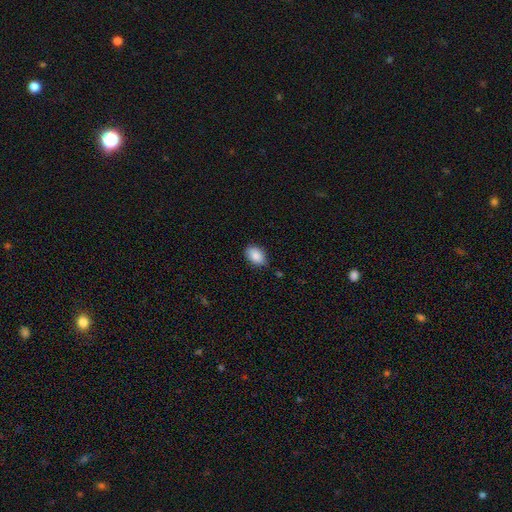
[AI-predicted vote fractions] Overall: smooth (88%). How rounded: in between (87%). Merging: none (77%).